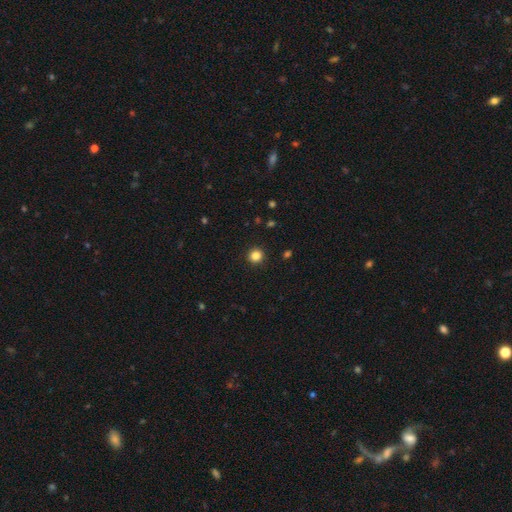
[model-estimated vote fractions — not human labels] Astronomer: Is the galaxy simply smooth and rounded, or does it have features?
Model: smooth — 85%.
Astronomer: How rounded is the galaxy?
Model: round — 94%.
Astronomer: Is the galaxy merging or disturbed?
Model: none — 93%.